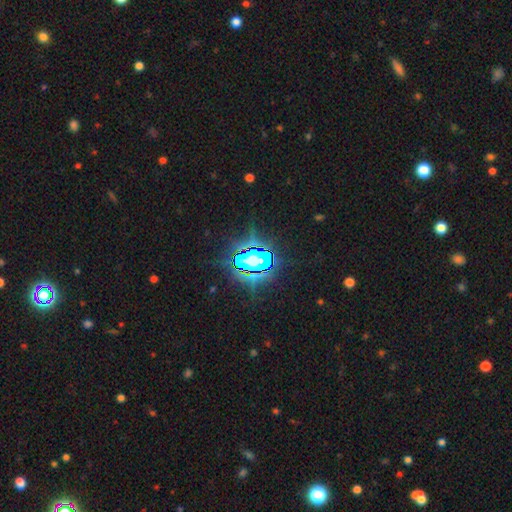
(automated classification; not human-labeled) A star or artifact, not a galaxy (80%).